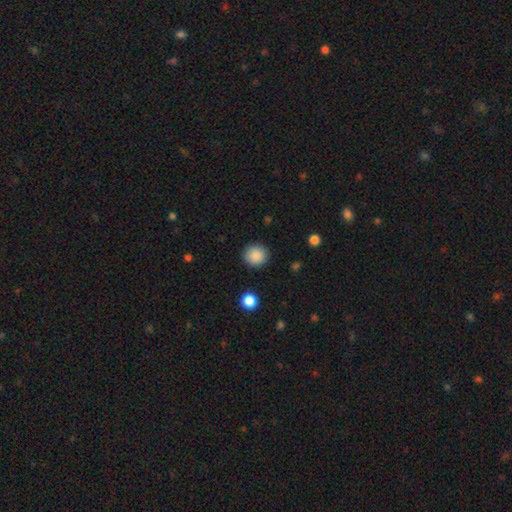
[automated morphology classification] smooth_or_featured: smooth (p=0.88) [alt: star or artifact p=0.09]
how_rounded: round (p=0.91) [alt: in between p=0.08]
merging: none (p=0.90) [alt: minor disturbance p=0.06]